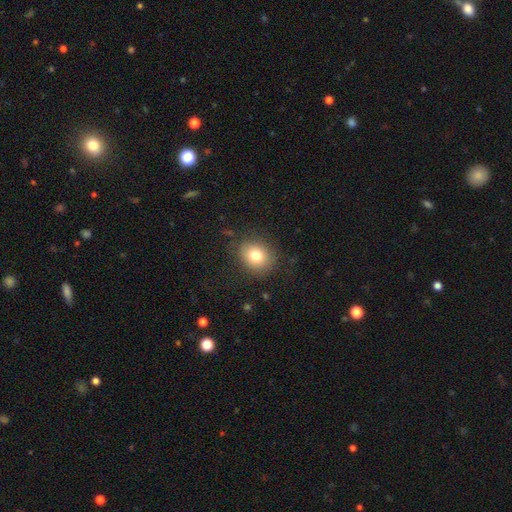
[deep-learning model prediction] Smooth or featured: smooth — 78% (star or artifact — 11%)
How rounded: round — 67% (in between — 32%)
Merging: none — 84% (minor disturbance — 11%)